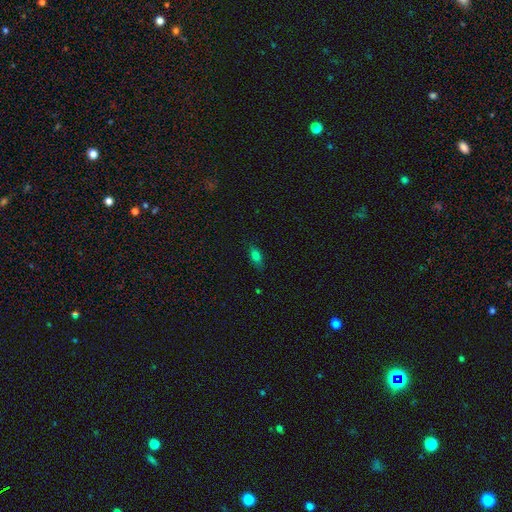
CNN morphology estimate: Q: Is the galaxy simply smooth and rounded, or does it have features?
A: smooth — 75%.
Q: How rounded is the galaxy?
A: in between — 80%.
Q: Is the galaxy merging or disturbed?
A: none — 81%.